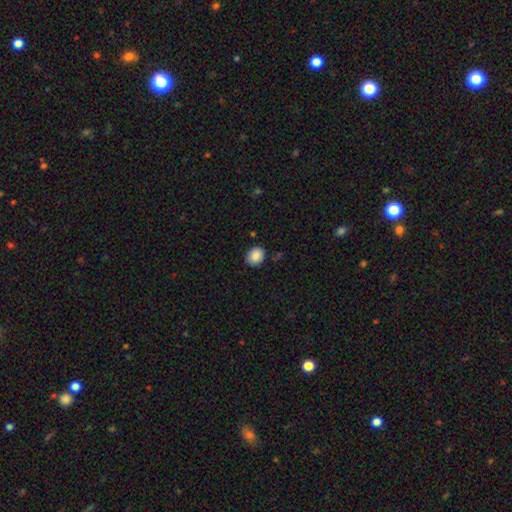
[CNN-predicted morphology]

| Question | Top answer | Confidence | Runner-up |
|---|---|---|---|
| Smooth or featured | smooth | 87% | star or artifact (8%) |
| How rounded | round | 59% | in between (40%) |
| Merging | none | 87% | minor disturbance (9%) |